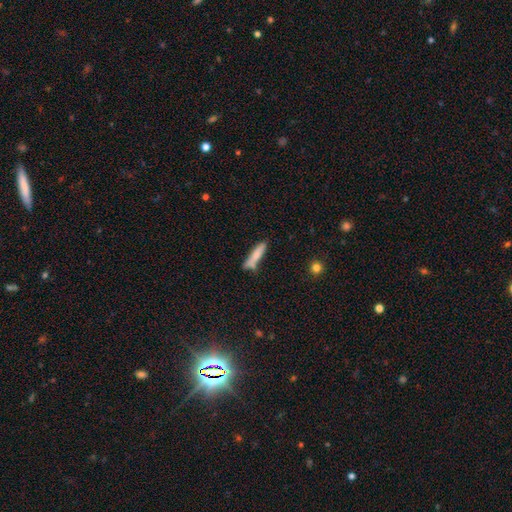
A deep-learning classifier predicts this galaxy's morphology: Smooth or featured: smooth — 74% (featured or disk — 19%)
How rounded: cigar-shaped — 85% (in between — 13%)
Merging: none — 62% (minor disturbance — 20%)